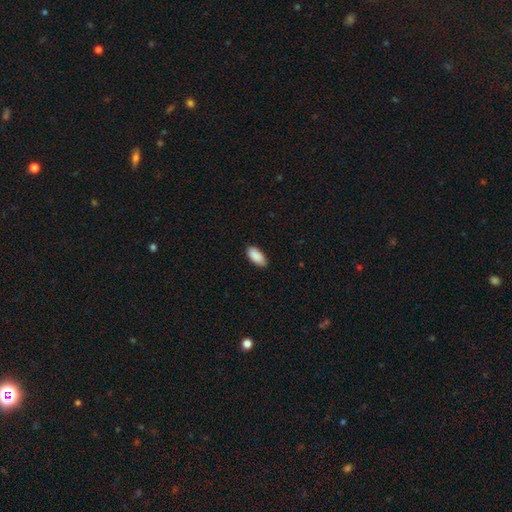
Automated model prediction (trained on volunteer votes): Smooth or featured: smooth — 90% (star or artifact — 6%)
How rounded: in between — 91% (cigar-shaped — 7%)
Merging: none — 81% (minor disturbance — 16%)